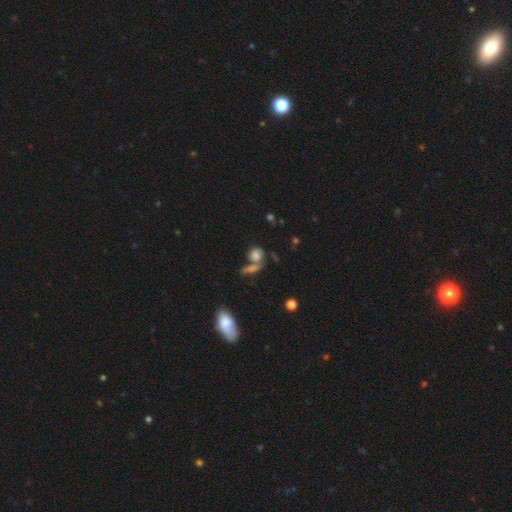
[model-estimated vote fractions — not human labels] smooth 74%, featured or disk 13%, star or artifact 13%. Down the decision tree: how rounded — round (67%); merging — none (45%).